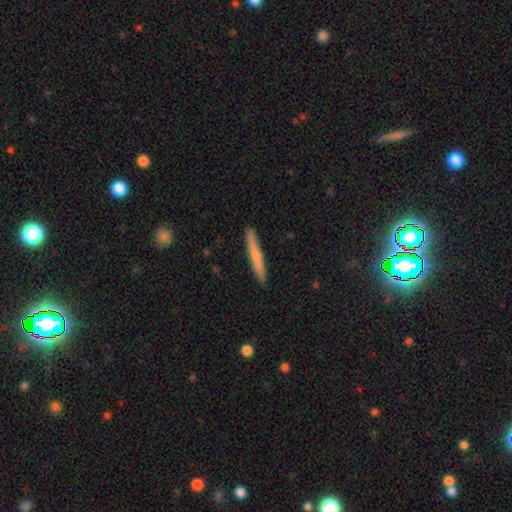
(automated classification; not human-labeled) Smooth or featured? smooth (56%)
How rounded? cigar-shaped (96%)
Merging? none (90%)